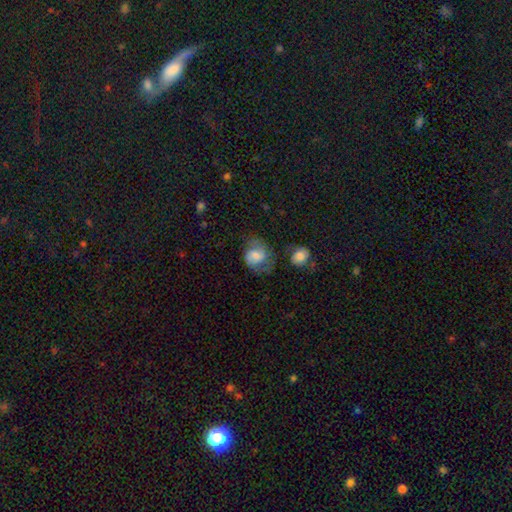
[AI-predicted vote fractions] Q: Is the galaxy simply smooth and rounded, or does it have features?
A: smooth — 50%.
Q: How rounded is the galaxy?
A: round — 63%.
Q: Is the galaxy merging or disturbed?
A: none — 50%.